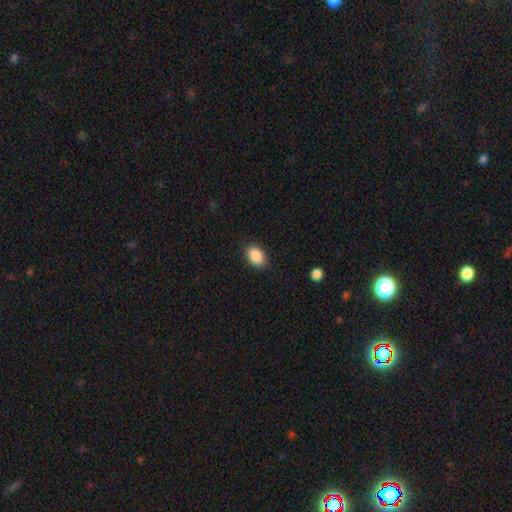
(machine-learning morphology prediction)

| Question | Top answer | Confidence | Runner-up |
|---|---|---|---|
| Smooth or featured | smooth | 89% | star or artifact (7%) |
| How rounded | in between | 84% | round (14%) |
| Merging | none | 87% | minor disturbance (9%) |